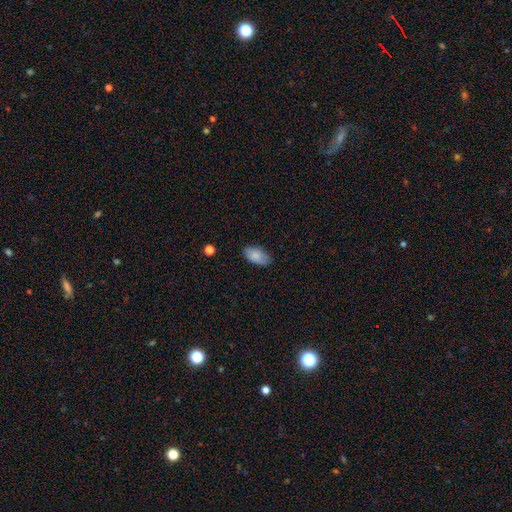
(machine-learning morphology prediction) Overall: smooth (84%). How rounded: in between (94%). Merging: none (79%).